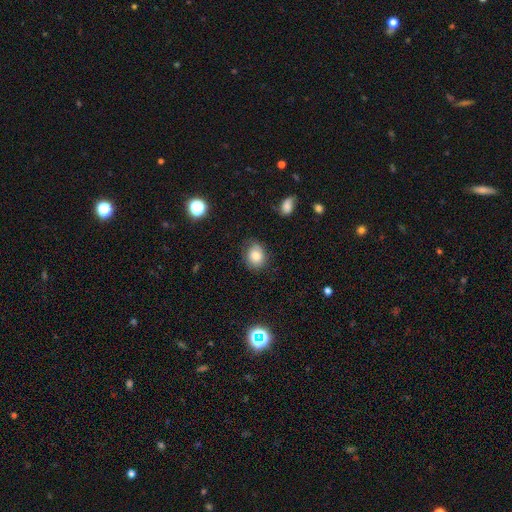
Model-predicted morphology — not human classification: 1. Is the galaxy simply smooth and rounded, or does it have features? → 77% smooth, 12% featured or disk, 10% star or artifact.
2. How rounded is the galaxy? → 54% round, 45% in between, 1% cigar-shaped.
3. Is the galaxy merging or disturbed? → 73% none, 20% minor disturbance, 5% major disturbance, 2% merger.